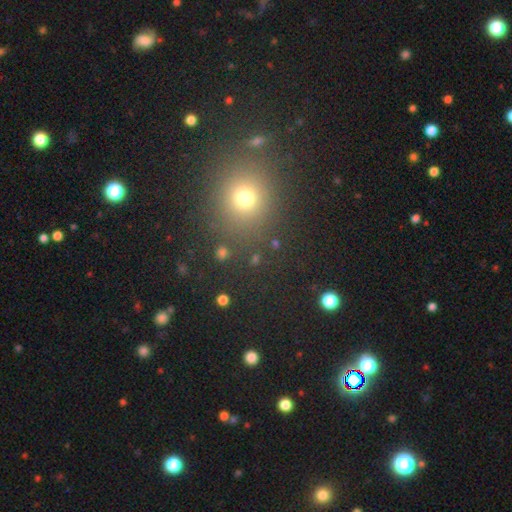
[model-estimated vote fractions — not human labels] Smooth or featured?
  - smooth: 60% *
  - star or artifact: 33%
  - featured or disk: 7%
How rounded?
  - round: 82% *
  - in between: 17%
  - cigar-shaped: 1%
Merging?
  - none: 86% *
  - minor disturbance: 7%
  - major disturbance: 3%
  - merger: 3%